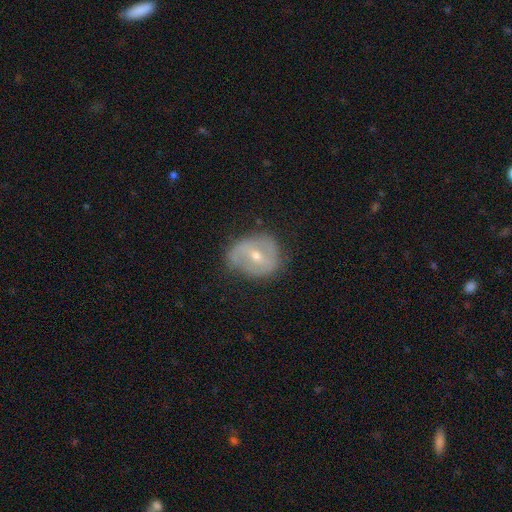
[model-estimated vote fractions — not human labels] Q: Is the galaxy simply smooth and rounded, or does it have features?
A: featured or disk — 63%.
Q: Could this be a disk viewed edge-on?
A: no — 95%.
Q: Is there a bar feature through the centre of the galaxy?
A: weak — 47%.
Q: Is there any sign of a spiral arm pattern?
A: yes — 62%.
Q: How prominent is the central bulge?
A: moderate — 51%.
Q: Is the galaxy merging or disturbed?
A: none — 60%.